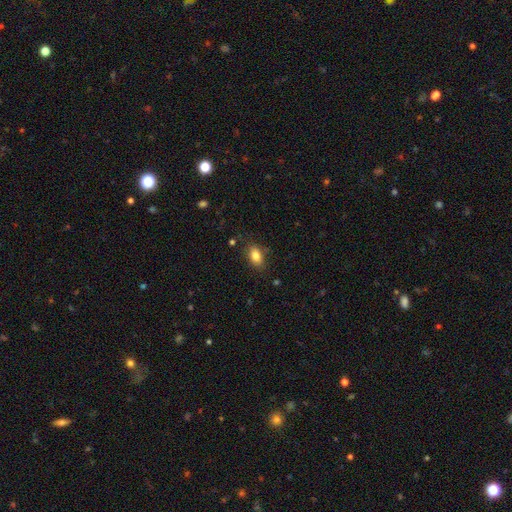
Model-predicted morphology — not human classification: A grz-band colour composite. It shows a smooth galaxy with no disk features (83%) that is in between round and cigar-shaped (87%). Merging: none (82%).